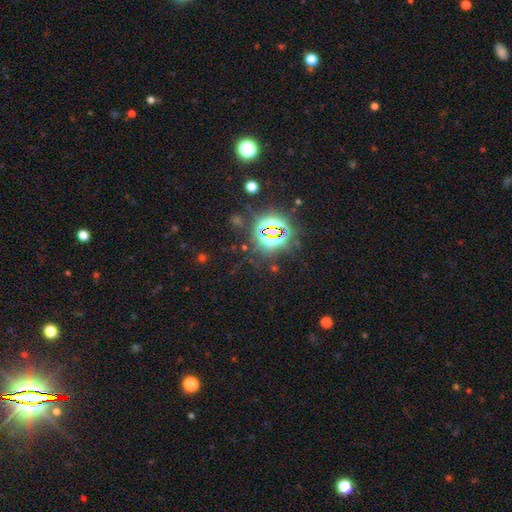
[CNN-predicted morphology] smooth-or-featured: star or artifact: 81% | smooth: 12% | featured or disk: 8%